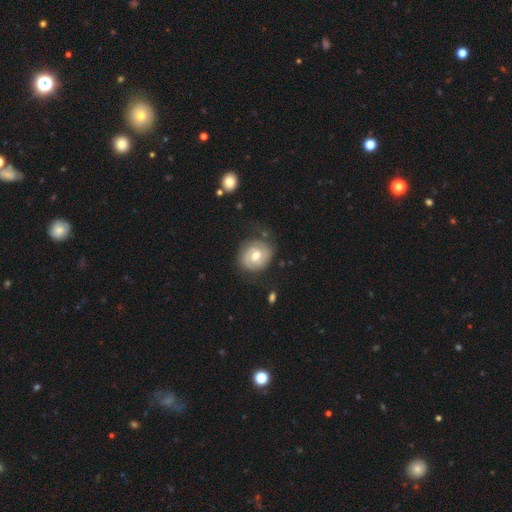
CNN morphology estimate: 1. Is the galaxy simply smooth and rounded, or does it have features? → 70% featured or disk, 24% smooth, 6% star or artifact.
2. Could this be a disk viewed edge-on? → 97% no, 3% yes.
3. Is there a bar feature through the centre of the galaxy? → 59% no, 35% weak, 7% strong.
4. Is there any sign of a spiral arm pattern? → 88% yes, 12% no.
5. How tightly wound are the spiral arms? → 61% tight, 29% medium, 9% loose.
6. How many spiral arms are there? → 74% 2, 15% can't tell, 5% 3, 3% 1, 2% 4, 2% more than 4.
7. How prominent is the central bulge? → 72% moderate, 22% small, 4% large, 1% none, 1% dominant.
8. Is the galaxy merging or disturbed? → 73% none, 17% minor disturbance, 8% major disturbance, 2% merger.